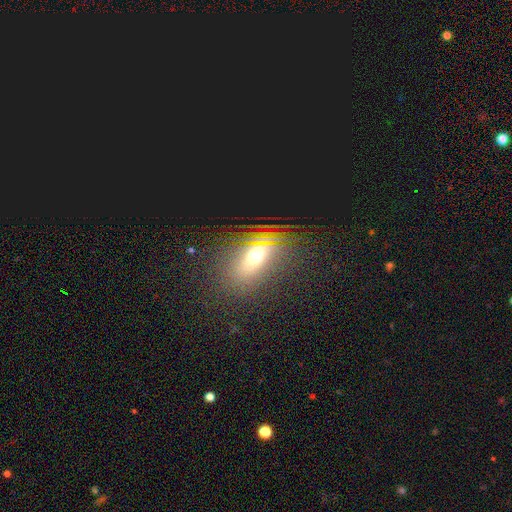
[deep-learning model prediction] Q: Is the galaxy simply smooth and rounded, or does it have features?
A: smooth — 44%.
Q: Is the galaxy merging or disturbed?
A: none — 76%.